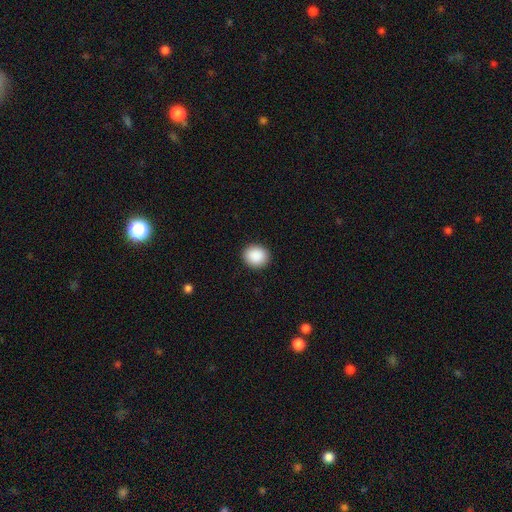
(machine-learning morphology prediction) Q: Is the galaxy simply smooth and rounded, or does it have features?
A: smooth — 90%.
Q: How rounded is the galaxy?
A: round — 73%.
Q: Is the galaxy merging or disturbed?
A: none — 91%.